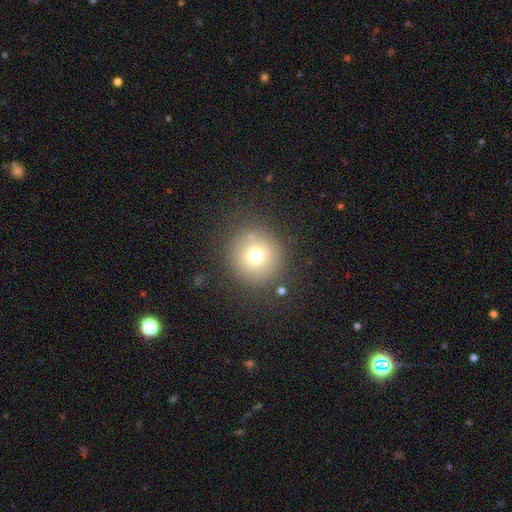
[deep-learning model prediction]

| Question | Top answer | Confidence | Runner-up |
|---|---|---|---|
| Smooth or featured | smooth | 72% | star or artifact (15%) |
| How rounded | round | 92% | in between (7%) |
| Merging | none | 84% | minor disturbance (9%) |